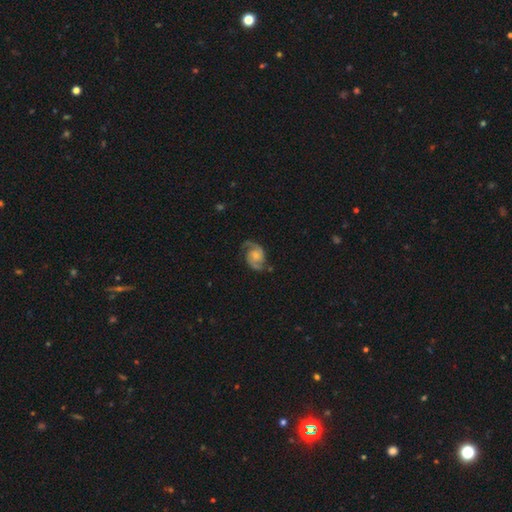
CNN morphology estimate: The model was most divided on "bulge size": small: 43%, moderate: 37%, none: 14%, large: 5%, dominant: 1%. More confident: edge-on disk — no (98%); spiral arms — yes (98%); spiral arm count — 2 (93%); smooth or featured — featured or disk (88%); merging — none (74%); bar — no (63%); spiral winding — medium (55%).